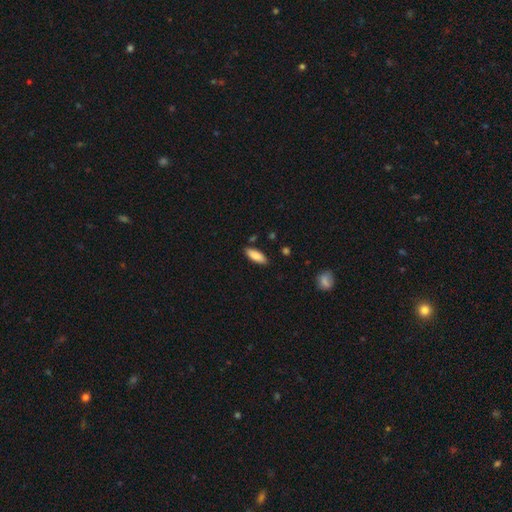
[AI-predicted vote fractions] This is clearly a smooth galaxy (86%). How rounded: likely in between (73%). Merging: clearly none (86%).